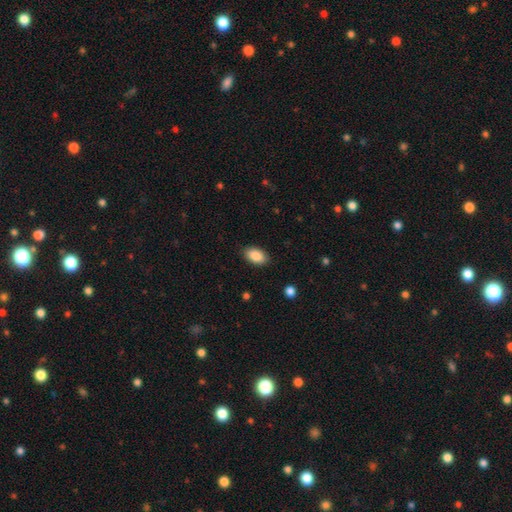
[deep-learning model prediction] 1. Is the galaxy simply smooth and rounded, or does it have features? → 88% smooth, 7% star or artifact, 5% featured or disk.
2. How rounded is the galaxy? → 92% in between, 6% round, 2% cigar-shaped.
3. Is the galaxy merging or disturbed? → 87% none, 9% minor disturbance, 2% major disturbance, 1% merger.